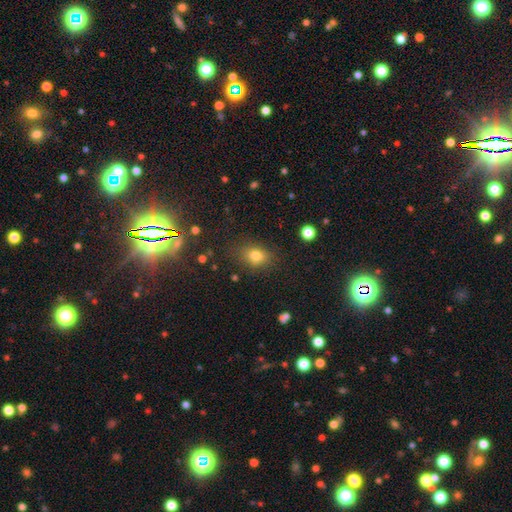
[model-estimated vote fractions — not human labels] Q: Smooth or featured?
A: smooth (74%); runner-up: star or artifact (16%)
Q: How rounded?
A: in between (66%); runner-up: round (32%)
Q: Merging?
A: none (78%); runner-up: minor disturbance (14%)